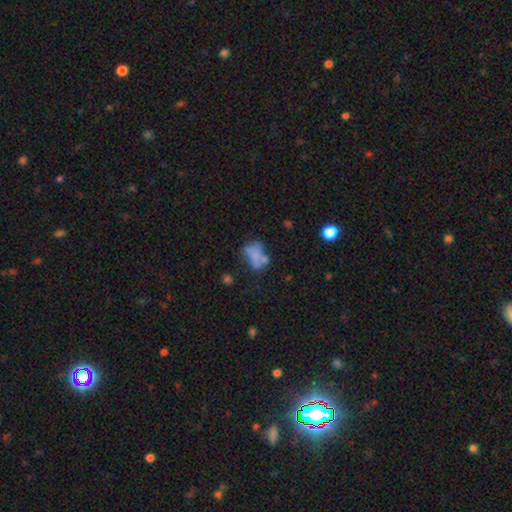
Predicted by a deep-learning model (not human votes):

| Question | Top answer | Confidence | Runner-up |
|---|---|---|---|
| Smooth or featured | smooth | 60% | featured or disk (25%) |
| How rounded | in between | 78% | round (18%) |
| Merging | none | 32% | major disturbance (24%) |